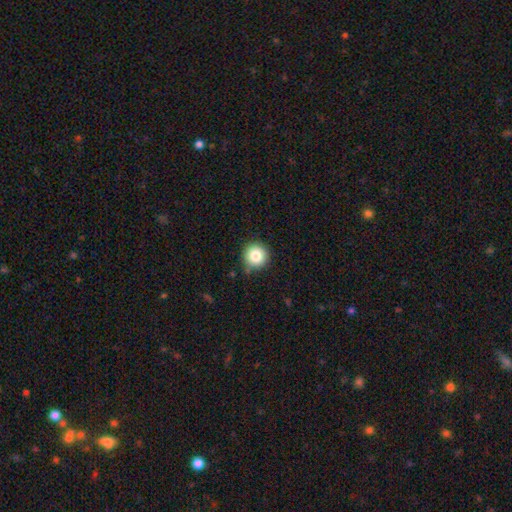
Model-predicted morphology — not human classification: smooth 83%, star or artifact 10%, featured or disk 7%. Down the decision tree: how rounded — round (95%); merging — none (84%).